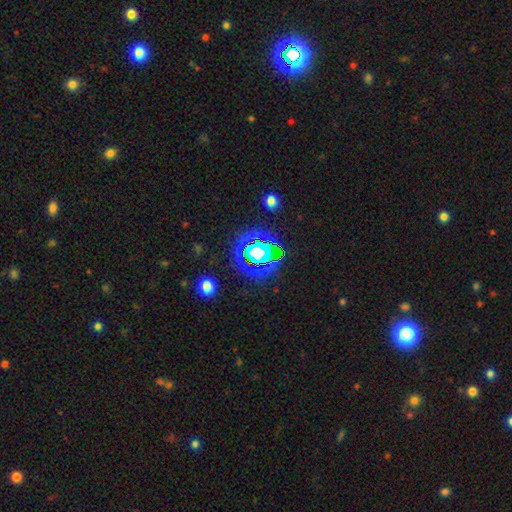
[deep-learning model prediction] Smooth or featured? star or artifact (75%)